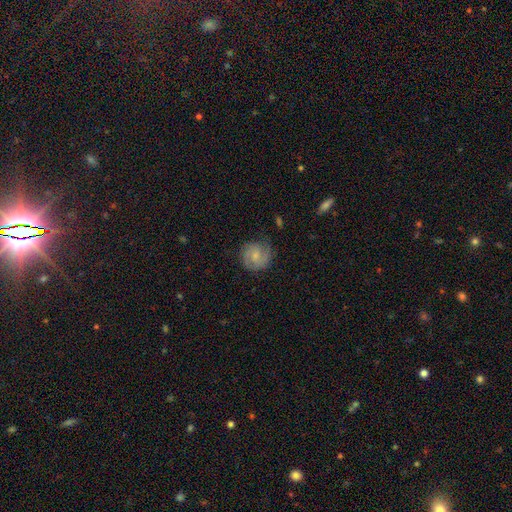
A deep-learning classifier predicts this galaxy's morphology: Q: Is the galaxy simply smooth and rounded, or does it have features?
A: featured or disk — 63%.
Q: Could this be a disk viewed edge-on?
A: no — 98%.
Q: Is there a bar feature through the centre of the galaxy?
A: no — 59%.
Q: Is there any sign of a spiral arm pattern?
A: yes — 93%.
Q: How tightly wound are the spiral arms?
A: tight — 44%.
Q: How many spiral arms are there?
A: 2 — 63%.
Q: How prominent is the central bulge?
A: small — 57%.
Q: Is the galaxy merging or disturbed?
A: none — 74%.